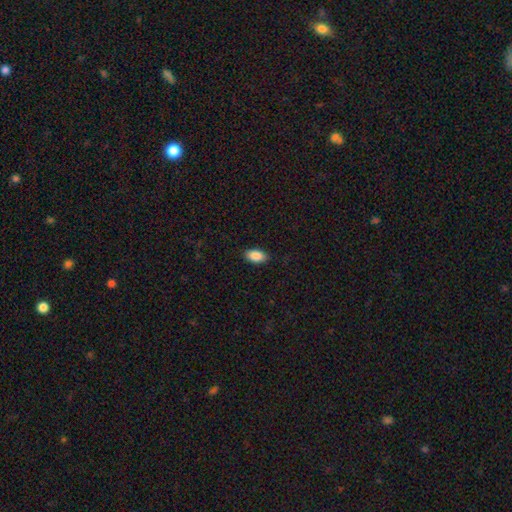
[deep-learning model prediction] Q: Smooth or featured?
A: smooth (88%); runner-up: star or artifact (7%)
Q: How rounded?
A: in between (94%); runner-up: round (4%)
Q: Merging?
A: none (88%); runner-up: minor disturbance (9%)